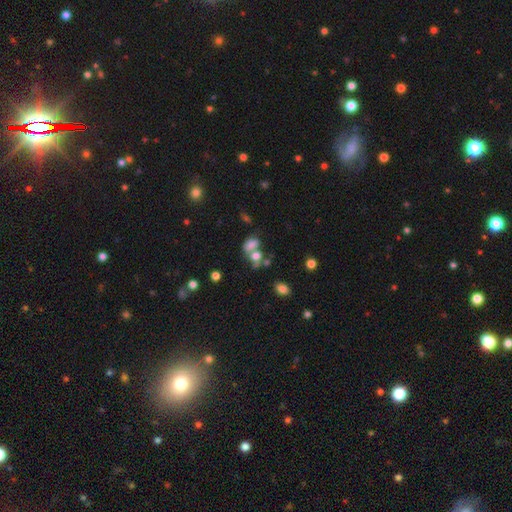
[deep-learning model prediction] Smooth or featured: smooth — 65% (featured or disk — 20%)
How rounded: in between — 72% (round — 26%)
Merging: merger — 51% (none — 27%)